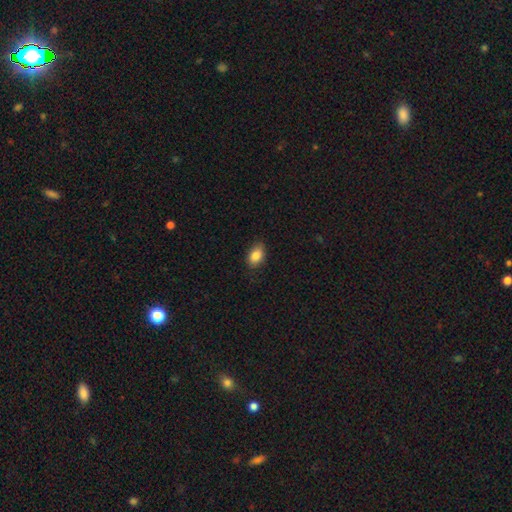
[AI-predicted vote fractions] Overall: smooth (85%). How rounded: in between (86%). Merging: none (84%).